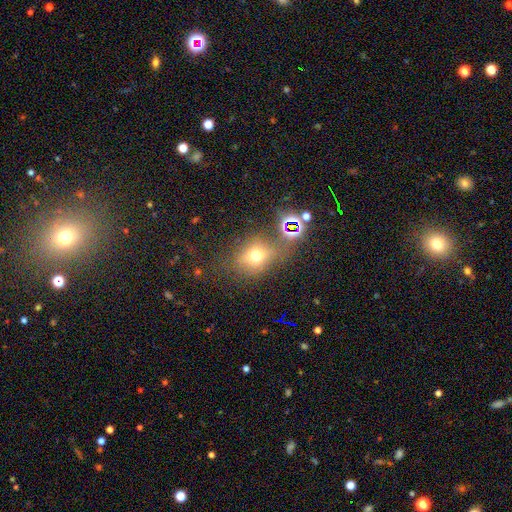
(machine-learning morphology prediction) Smooth or featured? smooth (62%)
How rounded? round (55%)
Merging? none (61%)